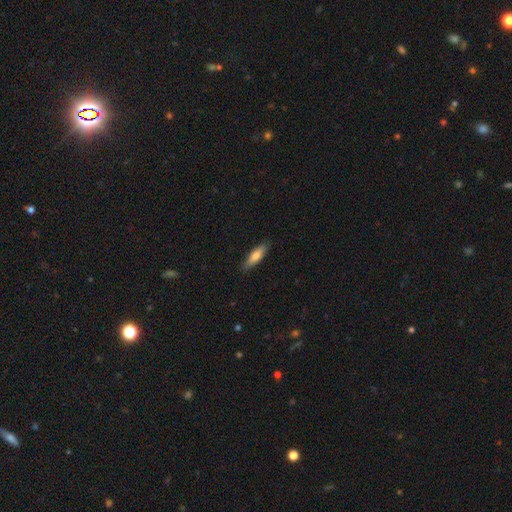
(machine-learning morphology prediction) The model was most divided on "how rounded": cigar-shaped: 64%, in between: 34%, round: 2%. More confident: merging — none (88%); smooth or featured — smooth (71%).